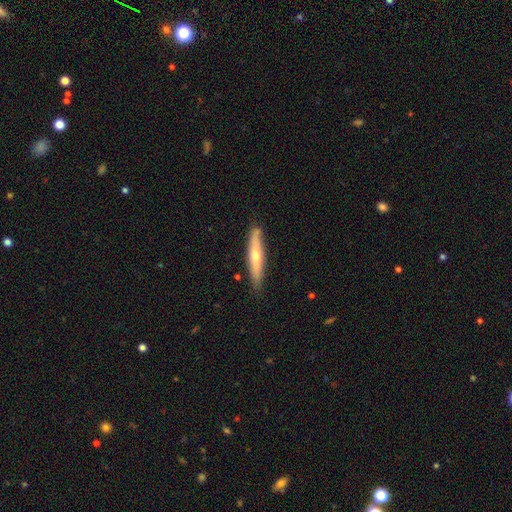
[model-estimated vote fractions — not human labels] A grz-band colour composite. It shows a smooth galaxy with no disk features (48%). Merging: none (83%).